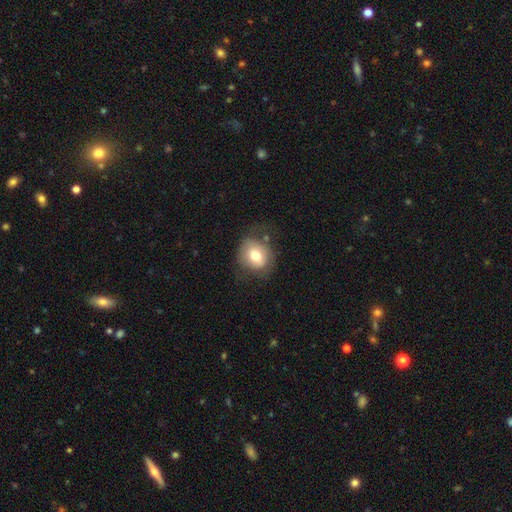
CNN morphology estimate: The model was most divided on "how rounded": round: 67%, in between: 32%, cigar-shaped: 1%. More confident: smooth or featured — smooth (70%); merging — none (67%).